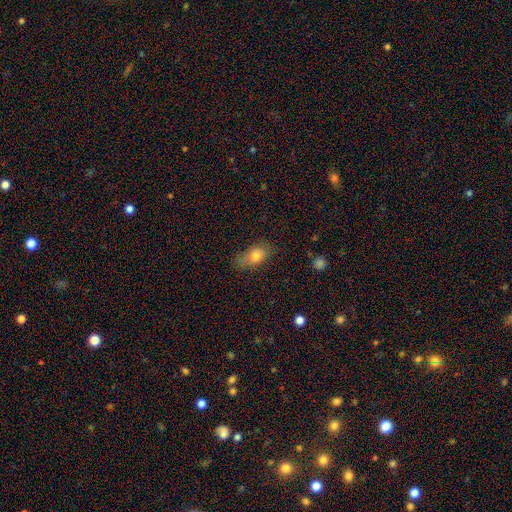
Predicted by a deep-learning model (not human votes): Q: Smooth or featured?
A: smooth (77%); runner-up: featured or disk (14%)
Q: How rounded?
A: in between (84%); runner-up: round (9%)
Q: Merging?
A: none (72%); runner-up: minor disturbance (21%)